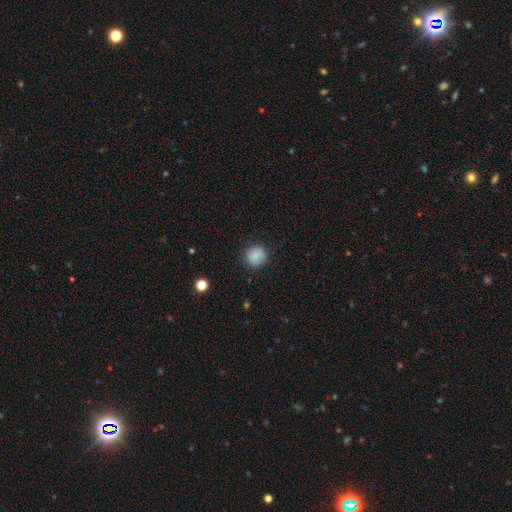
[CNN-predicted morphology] The model was most divided on "smooth or featured": smooth: 86%, star or artifact: 9%, featured or disk: 5%. More confident: how rounded — round (93%); merging — none (90%).